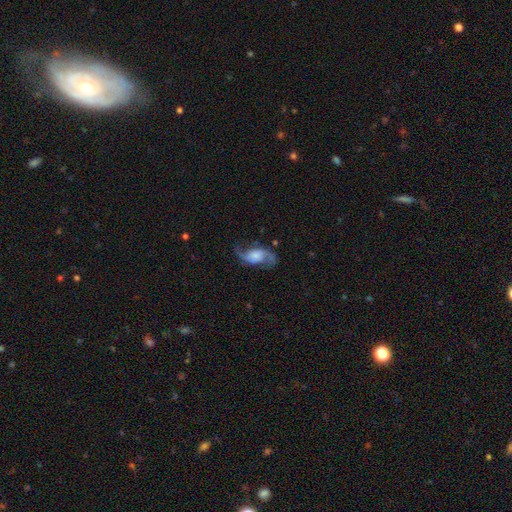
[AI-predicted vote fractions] Overall: featured or disk (80%). Edge-on disk: no (96%). Bar: no (60%; weak 31%). Spiral arms: yes (95%). Spiral arm count: 2 (92%). Spiral winding: loose (65%; medium 29%). Bulge size: large (26%; moderate 22%). Merging: none (72%).